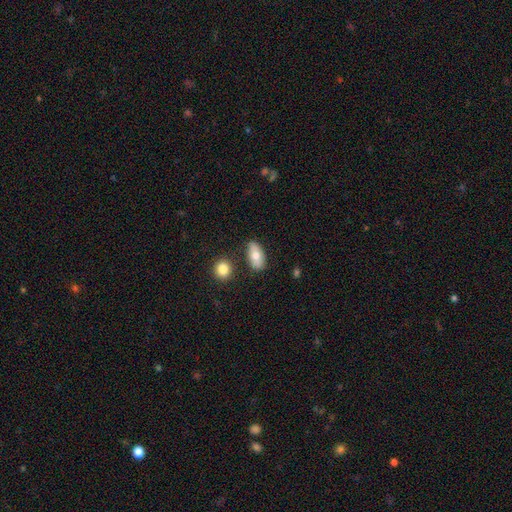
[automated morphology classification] This appears to be a smooth galaxy with no disk features (74%) that is in between round and cigar-shaped (90%). Merging: none (75%).